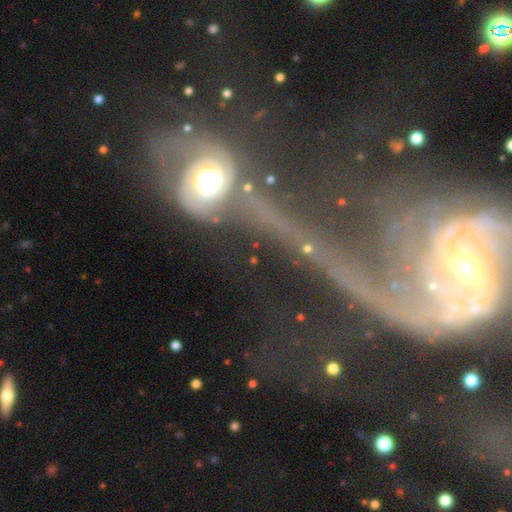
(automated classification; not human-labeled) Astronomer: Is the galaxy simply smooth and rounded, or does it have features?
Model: featured or disk — 66%.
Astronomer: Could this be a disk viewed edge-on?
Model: no — 90%.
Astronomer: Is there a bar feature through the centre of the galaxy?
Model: no — 53% (runner-up: weak, 29%).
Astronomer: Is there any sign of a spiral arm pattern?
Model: yes — 72%.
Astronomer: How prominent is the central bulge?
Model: moderate — 46% (runner-up: small, 29%).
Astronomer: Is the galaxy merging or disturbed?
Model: major disturbance — 34% (runner-up: merger, 31%).